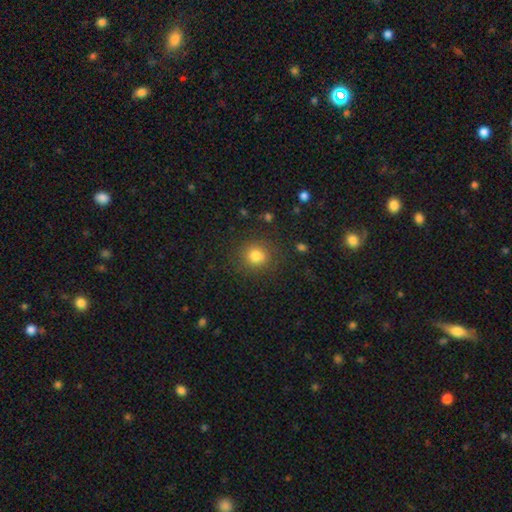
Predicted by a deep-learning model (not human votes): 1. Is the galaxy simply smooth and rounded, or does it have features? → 81% smooth, 13% star or artifact, 6% featured or disk.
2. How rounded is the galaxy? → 85% round, 14% in between, 1% cigar-shaped.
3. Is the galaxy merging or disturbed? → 84% none, 10% minor disturbance, 4% major disturbance, 2% merger.